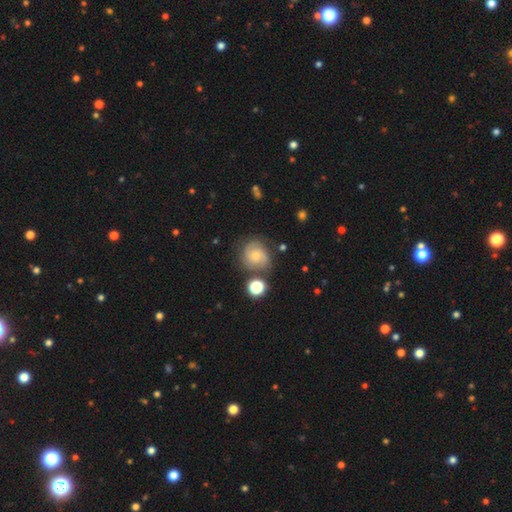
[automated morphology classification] Overall: featured or disk (65%; smooth 25%). Edge-on disk: no (98%). Bar: no (73%). Spiral arms: yes (91%). Spiral arm count: 2 (57%; can't tell 20%). Spiral winding: tight (53%; medium 36%). Bulge size: small (57%; moderate 37%). Merging: none (68%).